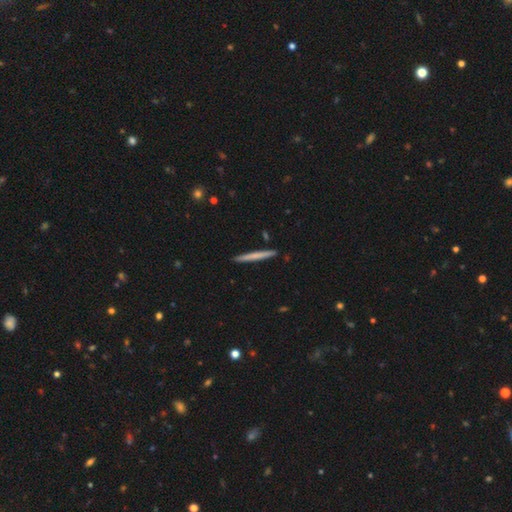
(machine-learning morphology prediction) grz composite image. It shows a smooth galaxy with no disk features (64%) that is cigar-shaped (97%). Merging: none (92%).